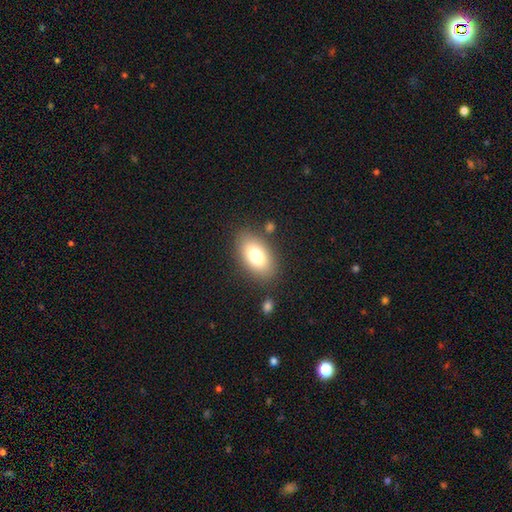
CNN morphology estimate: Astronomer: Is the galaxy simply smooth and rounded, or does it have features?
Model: smooth — 75%.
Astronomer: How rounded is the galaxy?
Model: in between — 91%.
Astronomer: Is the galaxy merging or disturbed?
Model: none — 82%.